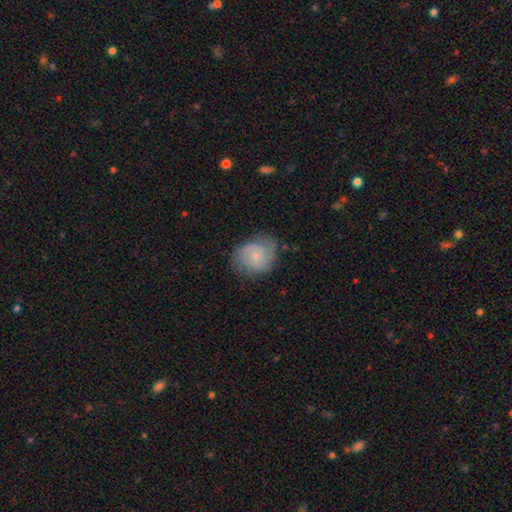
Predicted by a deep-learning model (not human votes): Morphology: type=featured or disk (57%); edge-on=no (98%); bar=no (68%); spiral arms=yes (88%); bulge=small (72%); merging=none (70%).